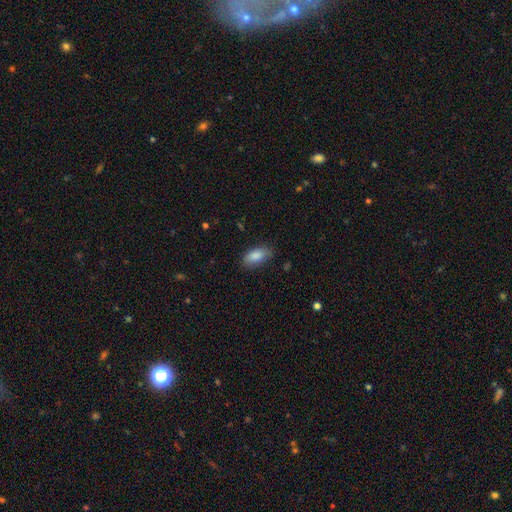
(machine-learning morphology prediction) This is clearly a smooth galaxy (87%). How rounded: clearly in between (91%). Merging: likely none (78%).